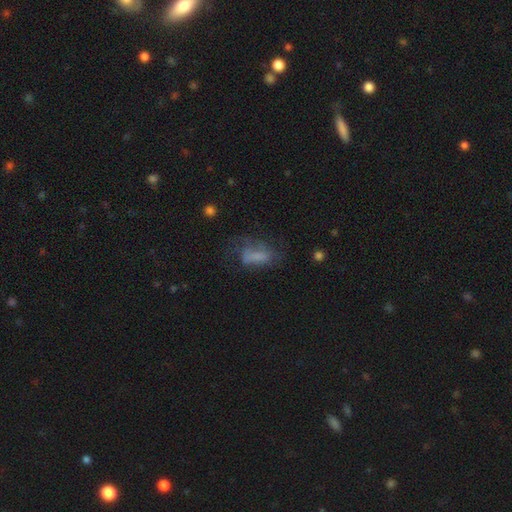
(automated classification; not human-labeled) Smooth or featured? Predicted: smooth (p=0.51). How rounded? Predicted: in between (p=0.77). Merging? Predicted: none (p=0.36).